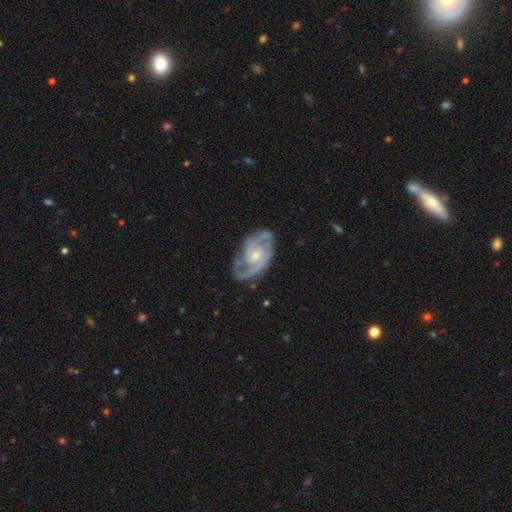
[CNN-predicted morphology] smooth_or_featured: featured or disk (p=0.89) [alt: smooth p=0.07]
disk_edge_on: no (p=0.97) [alt: yes p=0.03]
bar: no (p=0.50) [alt: weak p=0.42]
has_spiral_arms: yes (p=0.97) [alt: no p=0.03]
spiral_winding: medium (p=0.50) [alt: tight p=0.39]
spiral_arm_count: 2 (p=0.75) [alt: 3 p=0.09]
bulge_size: small (p=0.46) [alt: moderate p=0.45]
merging: none (p=0.71) [alt: minor disturbance p=0.19]